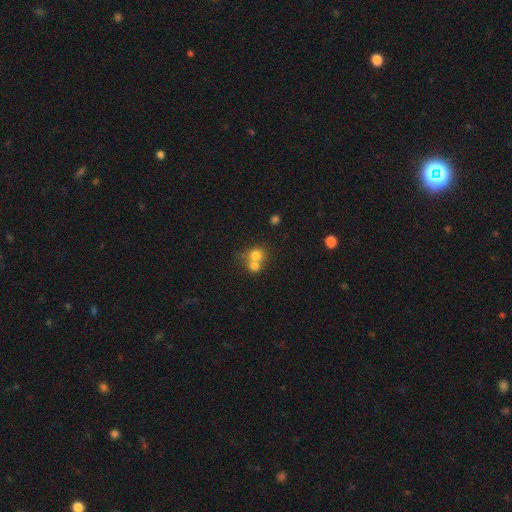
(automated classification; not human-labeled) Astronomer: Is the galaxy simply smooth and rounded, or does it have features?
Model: smooth — 73%.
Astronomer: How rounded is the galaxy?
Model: round — 78%.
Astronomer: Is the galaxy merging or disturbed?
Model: merger — 60%.